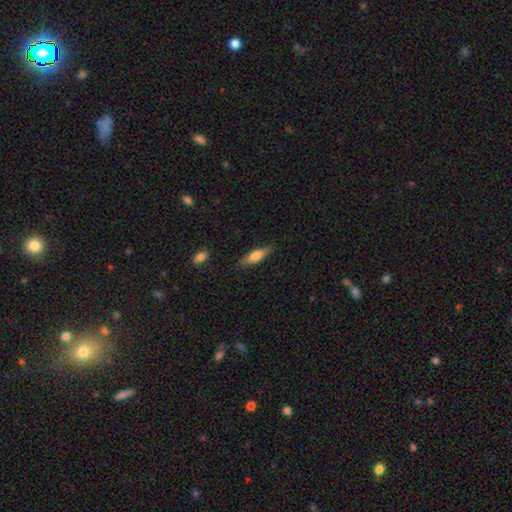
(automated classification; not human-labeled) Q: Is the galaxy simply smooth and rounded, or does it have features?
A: smooth — 63%.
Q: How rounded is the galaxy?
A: cigar-shaped — 61%.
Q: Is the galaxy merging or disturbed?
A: none — 84%.